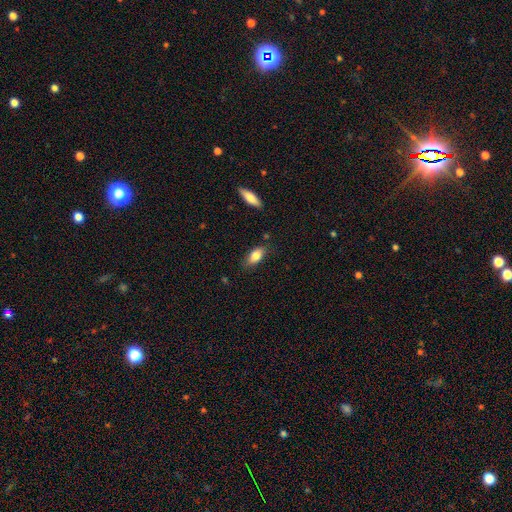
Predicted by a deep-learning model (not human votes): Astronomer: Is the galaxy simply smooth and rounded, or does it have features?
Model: smooth — 82%.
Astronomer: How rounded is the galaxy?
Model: in between — 88%.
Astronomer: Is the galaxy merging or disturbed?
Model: none — 79%.